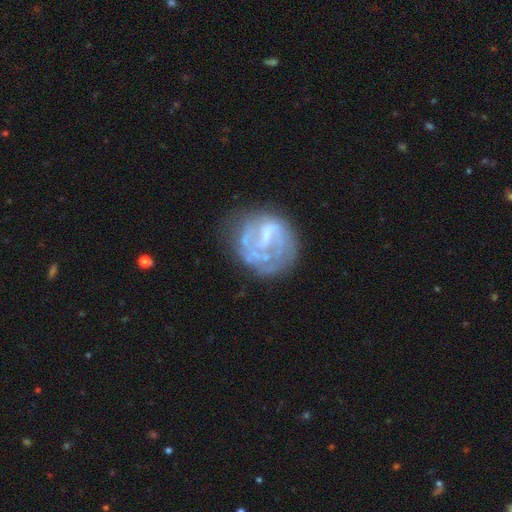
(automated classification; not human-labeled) smooth-or-featured: featured or disk: 71% | smooth: 21% | star or artifact: 9%
  disk-edge-on: no: 98% | yes: 2%
    bar: weak: 42% | no: 33% | strong: 25%
    has-spiral-arms: no: 50% (tied) | yes: 50% (tied)
    bulge-size: none: 49% | small: 28% | moderate: 19% | large: 3% | dominant: 1%
  merging: none: 54% | major disturbance: 21% | minor disturbance: 21% | merger: 4%